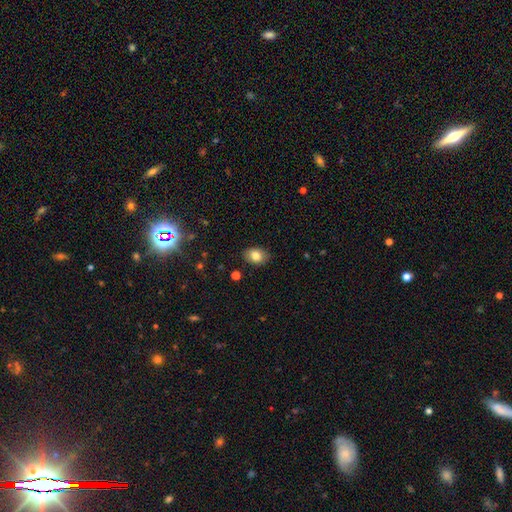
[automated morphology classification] Smooth or featured? smooth (81%)
How rounded? in between (76%)
Merging? none (87%)